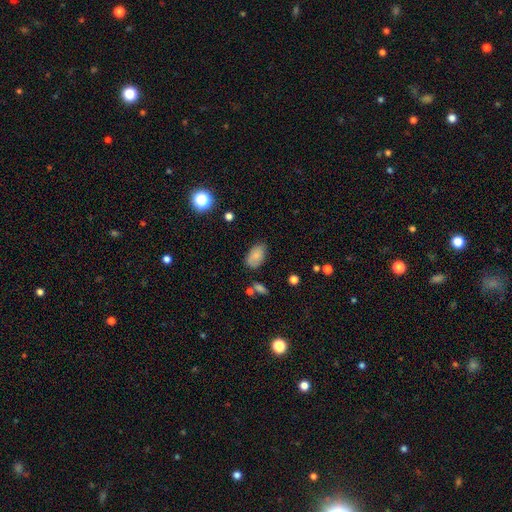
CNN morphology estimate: A smooth galaxy with no disk features (78%) that is in between round and cigar-shaped (92%). Merging: none (70%).